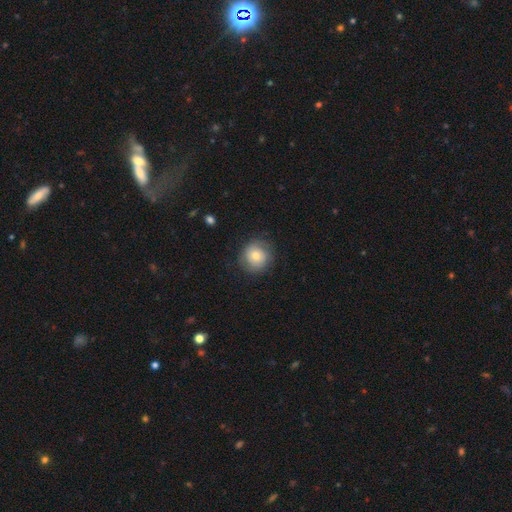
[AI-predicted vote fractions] Smooth or featured: smooth — 63% (featured or disk — 29%)
How rounded: round — 91% (in between — 8%)
Merging: none — 79% (minor disturbance — 14%)